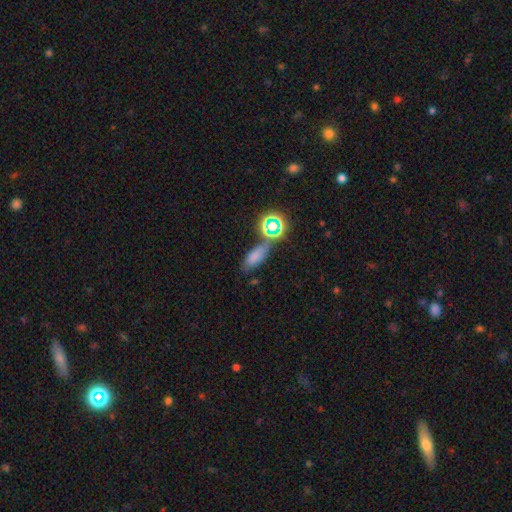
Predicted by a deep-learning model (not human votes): Overall: smooth (66%). How rounded: in between (74%). Merging: none (62%).